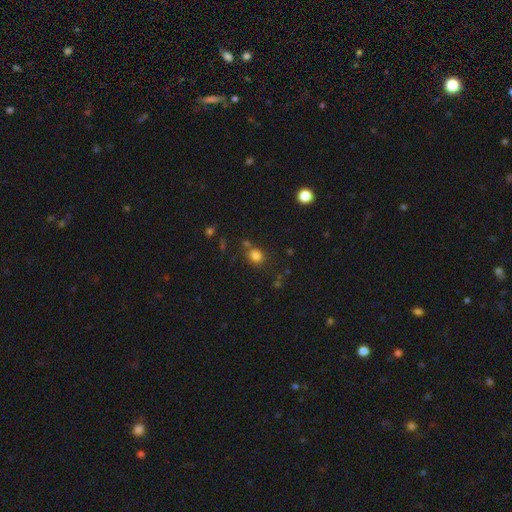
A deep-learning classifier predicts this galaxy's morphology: A smooth galaxy with no disk features (80%) that is round (72%). Merging: none (71%).